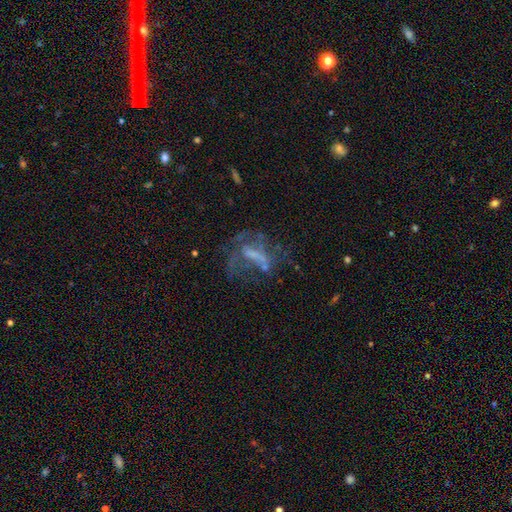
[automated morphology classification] Q: Smooth or featured?
A: featured or disk (58%); runner-up: smooth (23%)
Q: Edge-on disk?
A: no (91%); runner-up: yes (9%)
Q: Bar?
A: no (47%); runner-up: weak (29%)
Q: Spiral arms?
A: no (70%); runner-up: yes (30%)
Q: Bulge size?
A: none (52%); runner-up: small (23%)
Q: Merging?
A: major disturbance (41%); runner-up: none (36%)